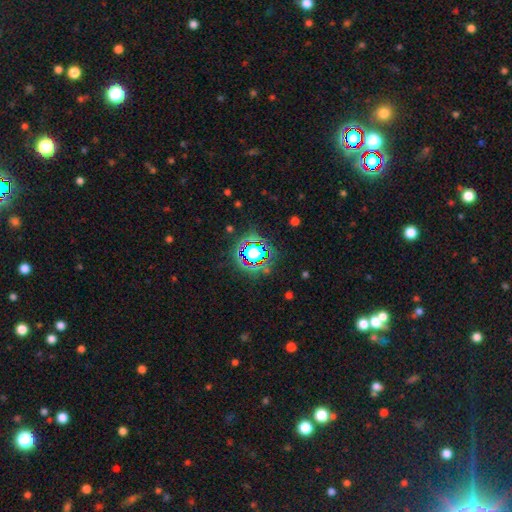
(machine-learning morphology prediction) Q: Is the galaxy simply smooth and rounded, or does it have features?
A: star or artifact — 61%.